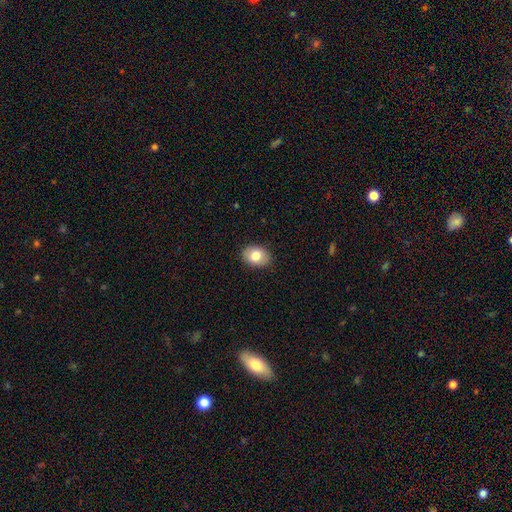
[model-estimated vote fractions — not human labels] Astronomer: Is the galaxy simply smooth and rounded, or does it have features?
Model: smooth — 80%.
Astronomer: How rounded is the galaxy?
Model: in between — 70%.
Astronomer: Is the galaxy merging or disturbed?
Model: none — 89%.